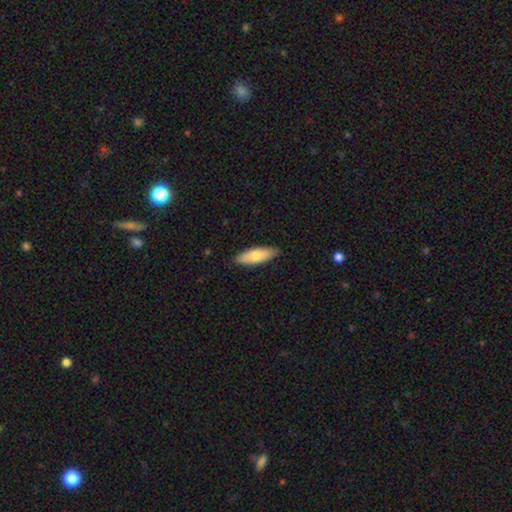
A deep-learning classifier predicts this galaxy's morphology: A smooth galaxy with no disk features (73%) that is in between round and cigar-shaped (59%). Merging: none (87%).